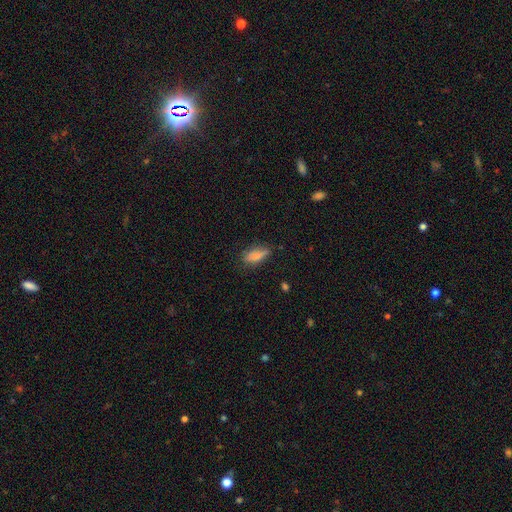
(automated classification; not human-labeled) Smooth or featured? smooth (79%)
How rounded? in between (73%)
Merging? none (62%)